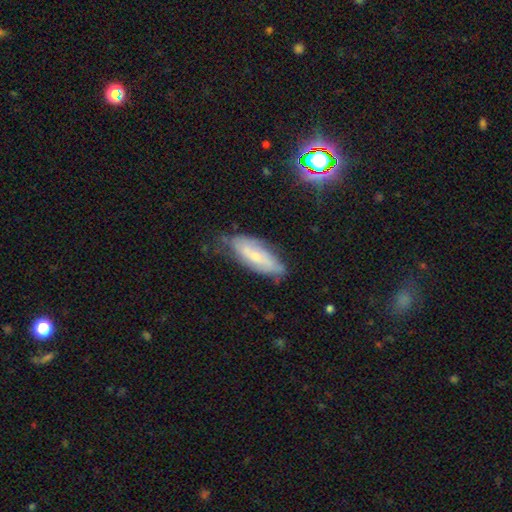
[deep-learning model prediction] Morphology: type=featured or disk (50%); edge-on=no (79%); merging=none (63%).